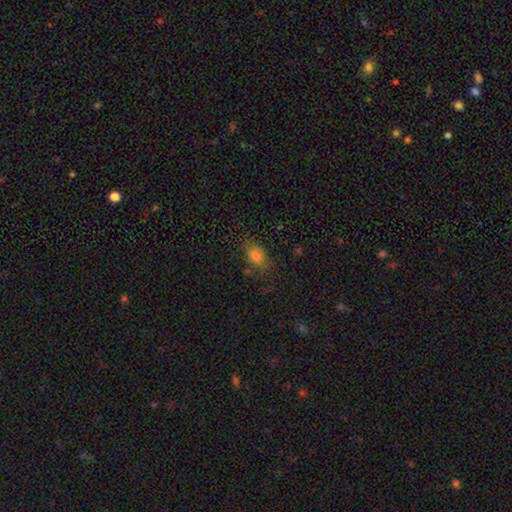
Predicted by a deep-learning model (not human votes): Overall: smooth (78%). How rounded: in between (76%). Merging: none (67%).